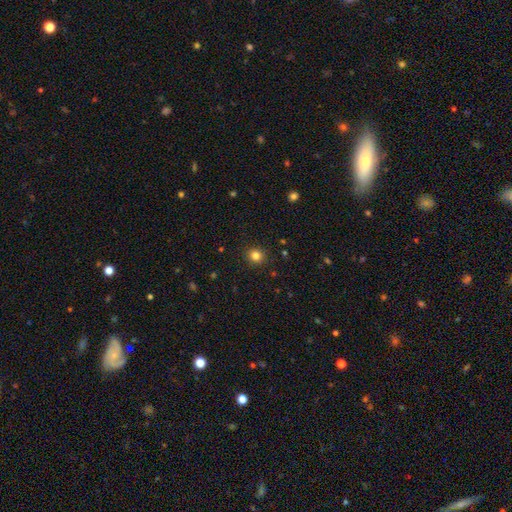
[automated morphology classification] type=smooth (82%); roundness=round (90%); merging=none (91%).